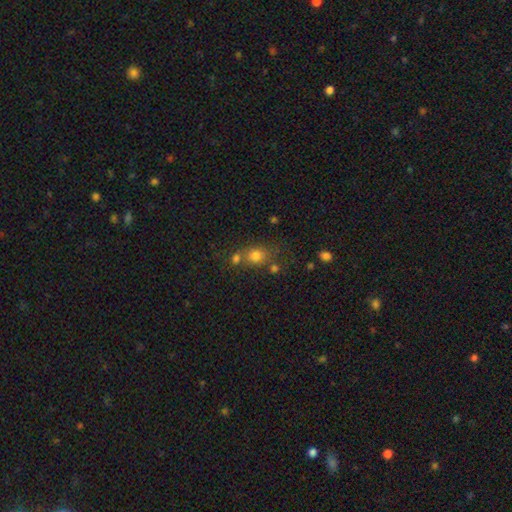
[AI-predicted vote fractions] Smooth or featured? smooth (75%)
How rounded? round (65%)
Merging? none (52%)